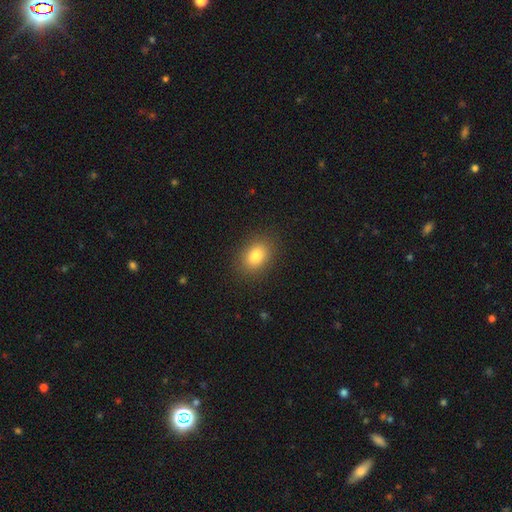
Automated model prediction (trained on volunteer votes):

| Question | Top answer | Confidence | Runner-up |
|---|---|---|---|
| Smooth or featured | smooth | 82% | star or artifact (10%) |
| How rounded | in between | 73% | round (26%) |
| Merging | none | 88% | minor disturbance (8%) |